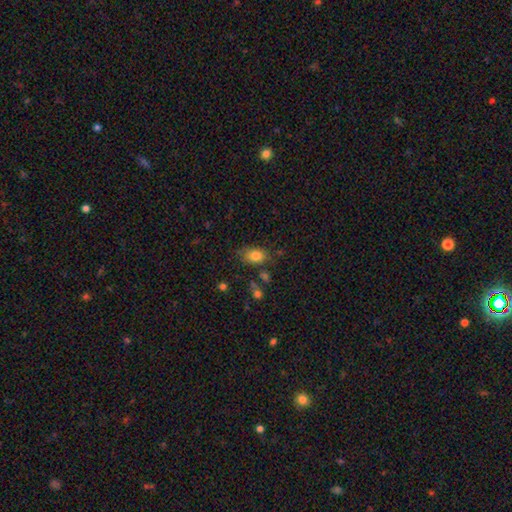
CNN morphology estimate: This is clearly a smooth galaxy (81%). How rounded: likely in between (79%). Merging: likely none (68%).